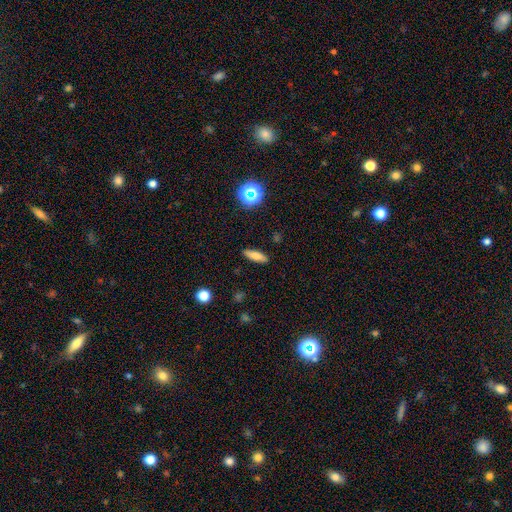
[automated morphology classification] smooth-or-featured: smooth: 75% | featured or disk: 14% | star or artifact: 11%
  how-rounded: cigar-shaped: 53% | in between: 44% | round: 4%
  merging: none: 89% | minor disturbance: 7% | major disturbance: 2% | merger: 1%